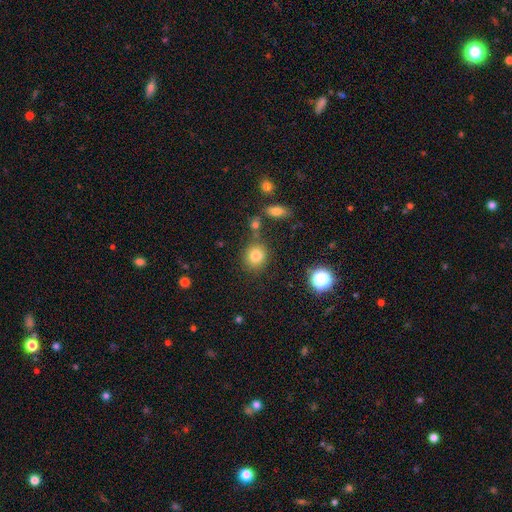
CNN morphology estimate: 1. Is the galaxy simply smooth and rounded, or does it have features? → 81% smooth, 12% star or artifact, 7% featured or disk.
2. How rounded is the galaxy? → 79% round, 20% in between, 1% cigar-shaped.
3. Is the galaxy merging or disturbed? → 79% none, 11% minor disturbance, 6% merger, 4% major disturbance.